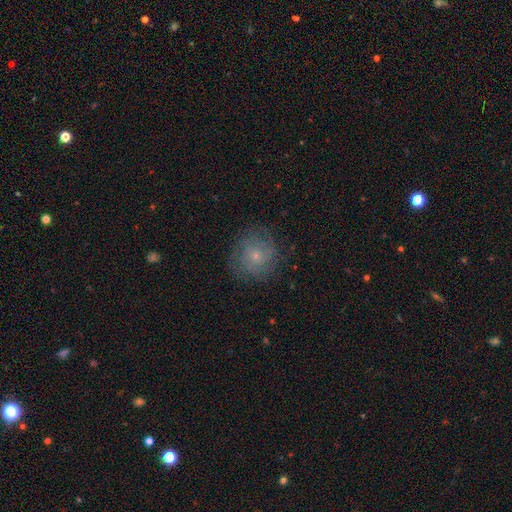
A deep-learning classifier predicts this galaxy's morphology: Smooth or featured: smooth — 47% (featured or disk — 42%)
Merging: none — 78% (minor disturbance — 14%)